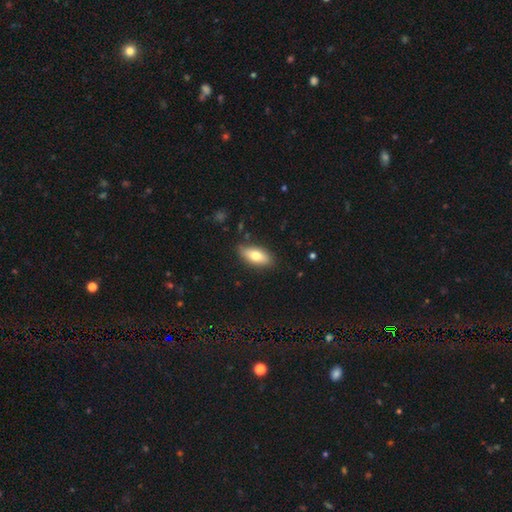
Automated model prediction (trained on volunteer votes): This is likely a smooth galaxy (73%). How rounded: clearly in between (83%). Merging: clearly none (84%).